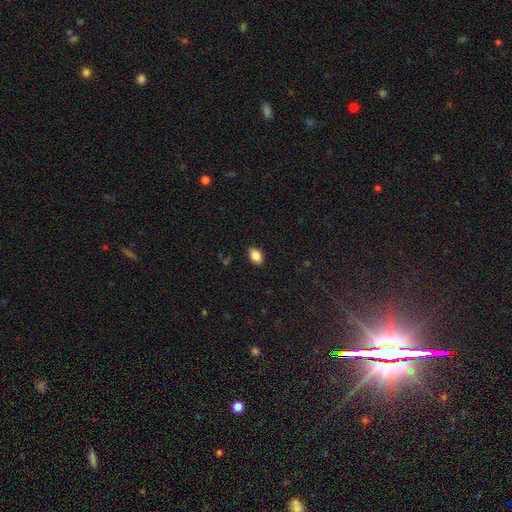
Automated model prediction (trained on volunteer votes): A smooth galaxy with no disk features (86%) that is in between round and cigar-shaped (86%).

Vote fractions:
- Smooth or featured? smooth: 86% / star or artifact: 8% / featured or disk: 6%
- How rounded? in between: 86% / round: 13% / cigar-shaped: 1%
- Merging? none: 88% / minor disturbance: 9% / major disturbance: 2% / merger: 1%